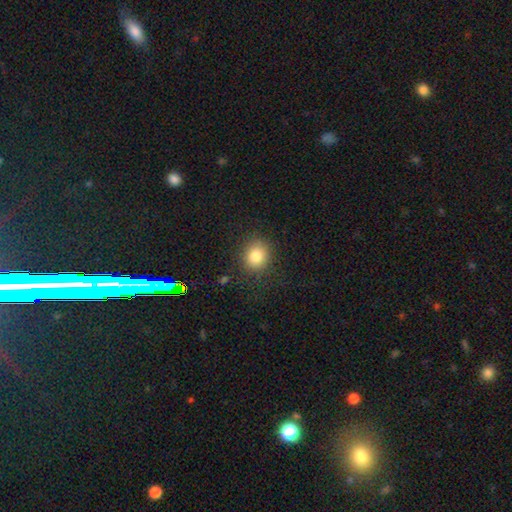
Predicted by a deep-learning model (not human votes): Morphology: type=smooth (82%); roundness=round (78%); merging=none (86%).